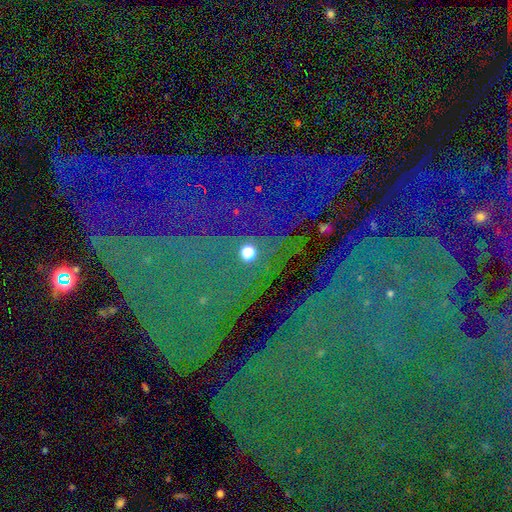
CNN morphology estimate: Smooth or featured: star or artifact — 84% (featured or disk — 9%)